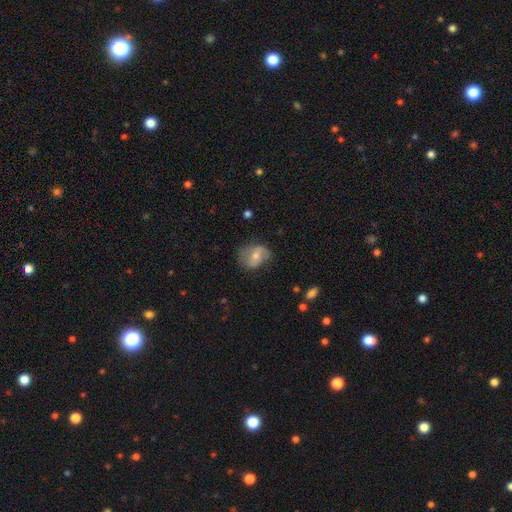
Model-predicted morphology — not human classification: A featured or disk galaxy (52%).

Vote fractions:
- Smooth or featured? featured or disk: 52% / smooth: 38% / star or artifact: 10%
- Edge-on disk? no: 96% / yes: 4%
- Merging? none: 65% / minor disturbance: 24% / major disturbance: 9% / merger: 1%